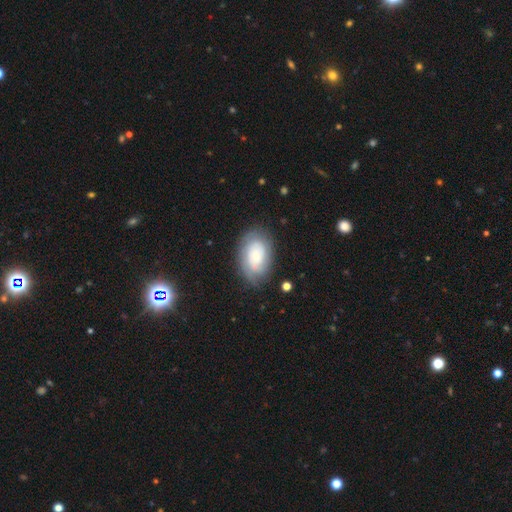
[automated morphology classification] This is possibly a smooth galaxy (49%). Merging: likely none (71%).